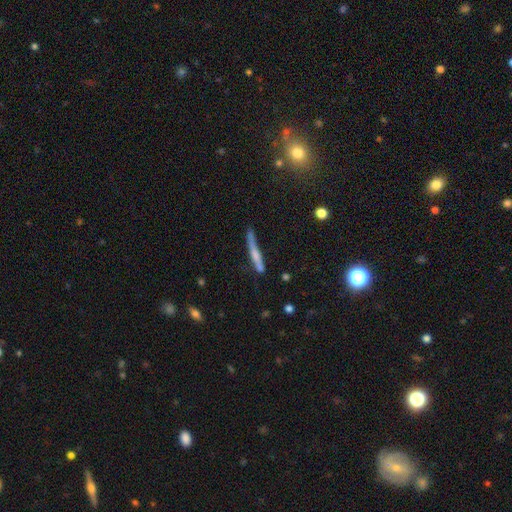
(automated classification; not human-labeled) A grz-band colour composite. It shows a smooth galaxy with no disk features (51%) that is cigar-shaped (94%). Merging: none (55%).